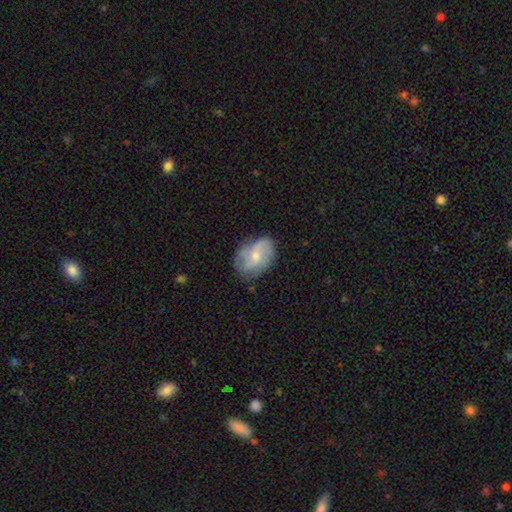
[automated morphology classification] A featured or disk galaxy (58%) with no bar (58%), spiral arms (81%) and a small central bulge (59%). Merging: none (68%).